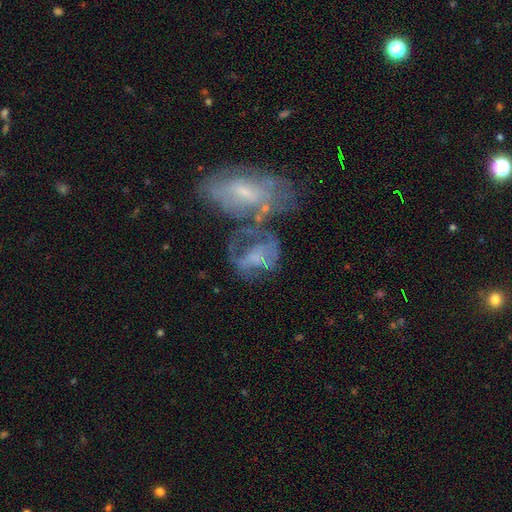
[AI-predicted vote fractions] Smooth or featured? featured or disk (56%)
Edge-on disk? no (95%)
Bar? no (69%)
Spiral arms? no (58%)
Bulge size? none (38%)
Merging? merger (45%)